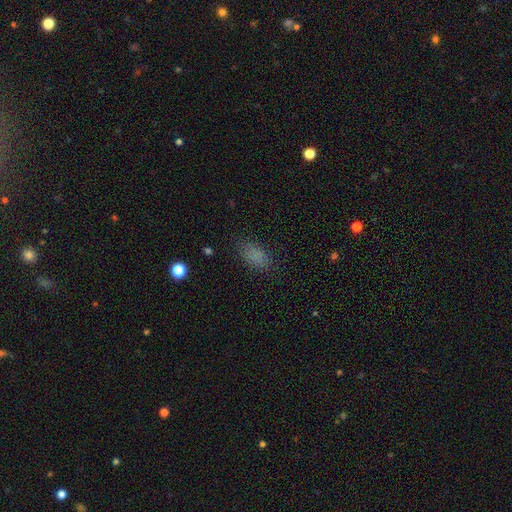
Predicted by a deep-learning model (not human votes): smooth-or-featured: smooth: 82% | star or artifact: 12% | featured or disk: 5%
  how-rounded: in between: 90% | round: 6% | cigar-shaped: 4%
  merging: none: 82% | minor disturbance: 13% | major disturbance: 5% | merger: 1%